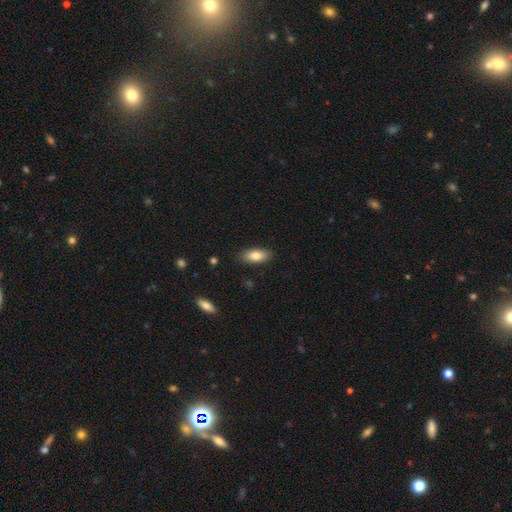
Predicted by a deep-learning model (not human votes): smooth_or_featured: smooth (p=0.83) [alt: featured or disk p=0.10]
how_rounded: in between (p=0.84) [alt: cigar-shaped p=0.13]
merging: none (p=0.87) [alt: minor disturbance p=0.10]